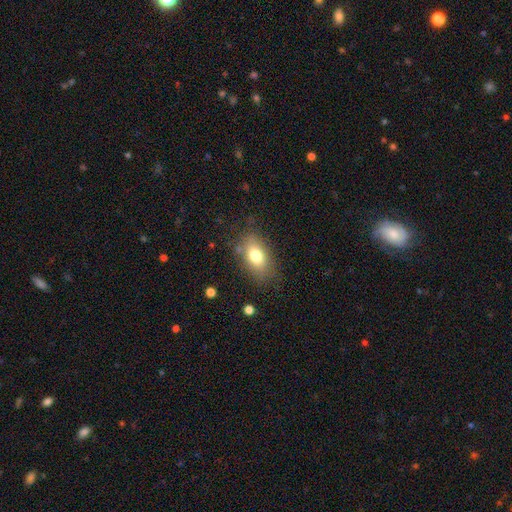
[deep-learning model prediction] smooth 76%, featured or disk 15%, star or artifact 9%. Down the decision tree: how rounded — in between (88%); merging — none (77%).